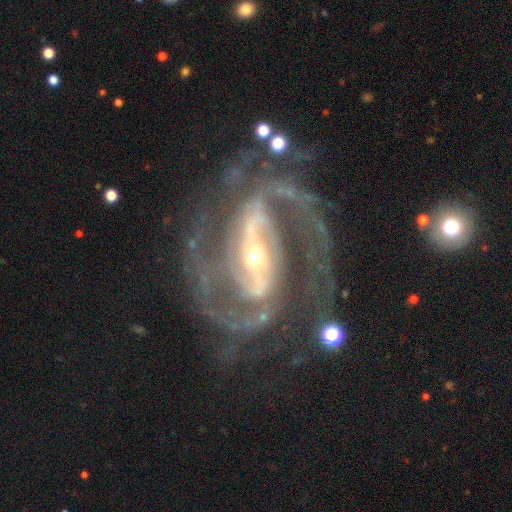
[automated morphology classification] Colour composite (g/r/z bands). It shows a featured or disk galaxy (93%) with a strong bar (62%), 2 (78%) medium (55%) spiral arms (98%) and a small central bulge (61%). Merging: none (67%).